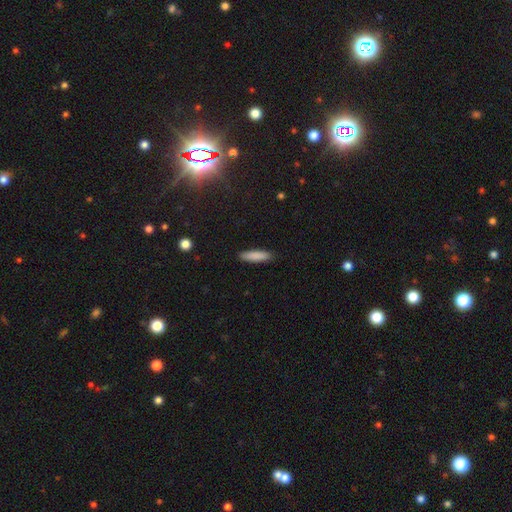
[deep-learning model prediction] Overall: smooth (86%). How rounded: cigar-shaped (76%). Merging: none (89%).